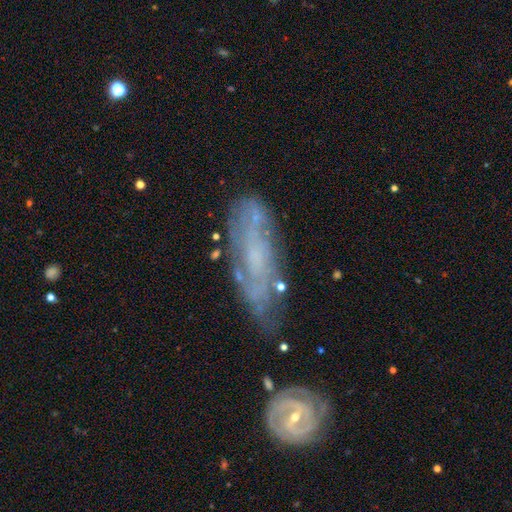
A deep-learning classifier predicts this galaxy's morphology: type=featured or disk (62%); edge-on=no (76%); merging=none (57%).